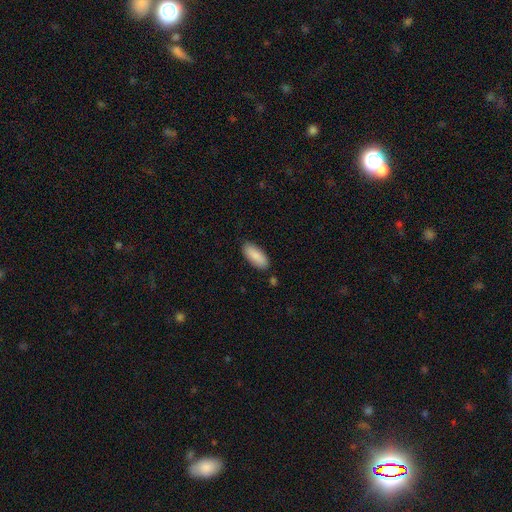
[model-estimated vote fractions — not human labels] smooth-or-featured: smooth: 88% | featured or disk: 6% | star or artifact: 6%
  how-rounded: in between: 81% | cigar-shaped: 18% | round: 2%
  merging: none: 85% | minor disturbance: 11% | merger: 2% | major disturbance: 2%